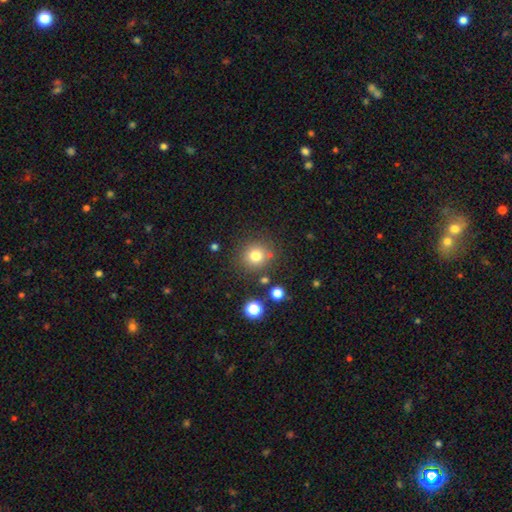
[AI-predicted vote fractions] The model was most divided on "smooth or featured": smooth: 78%, star or artifact: 14%, featured or disk: 8%. More confident: how rounded — round (91%); merging — none (82%).